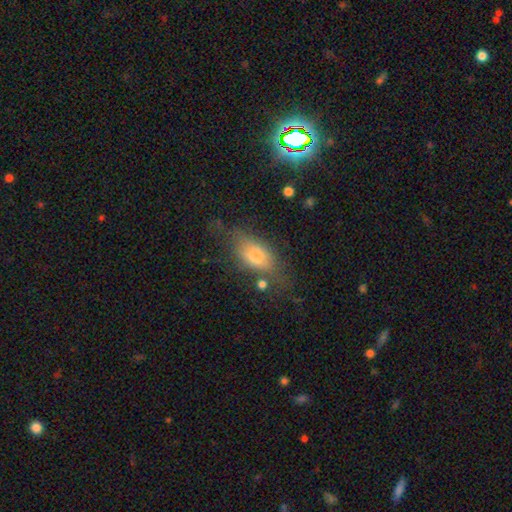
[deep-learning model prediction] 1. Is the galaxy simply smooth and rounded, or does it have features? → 63% smooth, 27% featured or disk, 10% star or artifact.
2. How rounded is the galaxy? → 79% in between, 16% cigar-shaped, 6% round.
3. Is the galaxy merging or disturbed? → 56% none, 25% minor disturbance, 14% major disturbance, 5% merger.